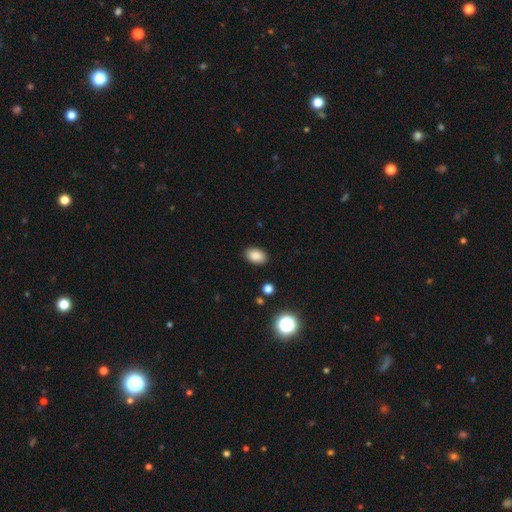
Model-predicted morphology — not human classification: This appears to be a smooth galaxy with no disk features (86%) that is in between round and cigar-shaped (87%). Merging: none (89%).